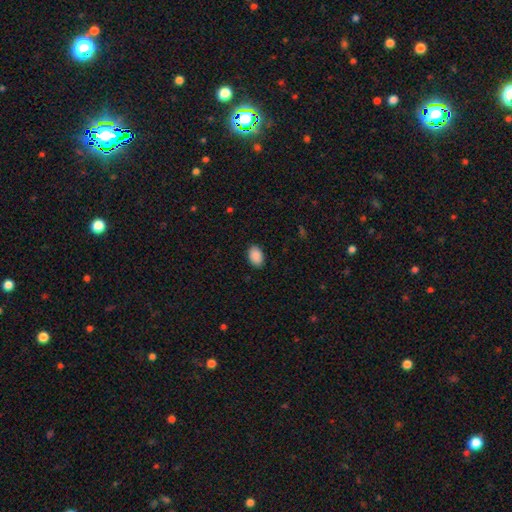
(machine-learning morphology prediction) A smooth galaxy with no disk features (90%) that is in between round and cigar-shaped (86%). Merging: none (89%).